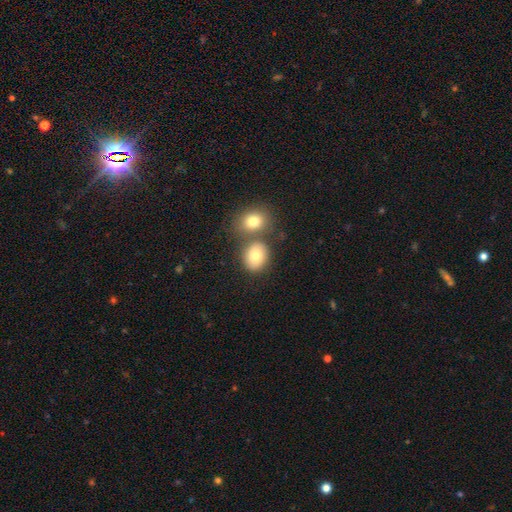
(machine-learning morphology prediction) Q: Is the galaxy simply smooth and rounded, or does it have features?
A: smooth — 78%.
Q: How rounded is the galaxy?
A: round — 55%.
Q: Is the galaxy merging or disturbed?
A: none — 61%.